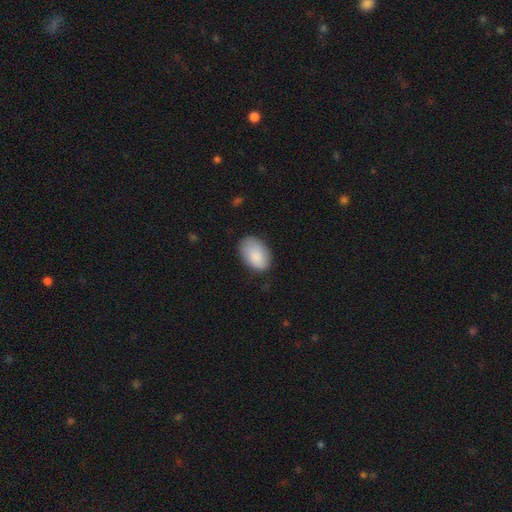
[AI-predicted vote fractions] Morphology: type=smooth (87%); roundness=in between (90%); merging=none (77%).